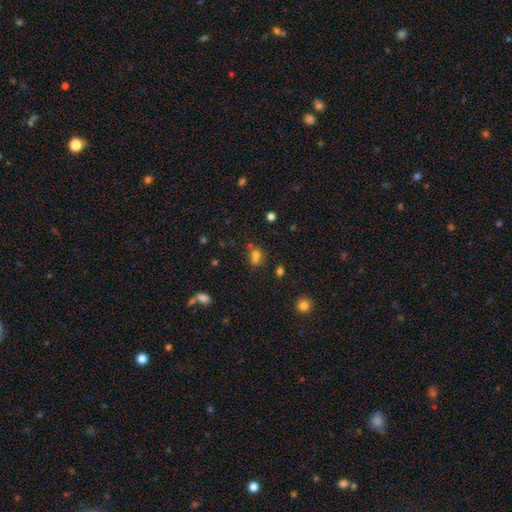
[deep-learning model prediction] Smooth or featured? smooth (71%)
How rounded? in between (50%)
Merging? none (39%)